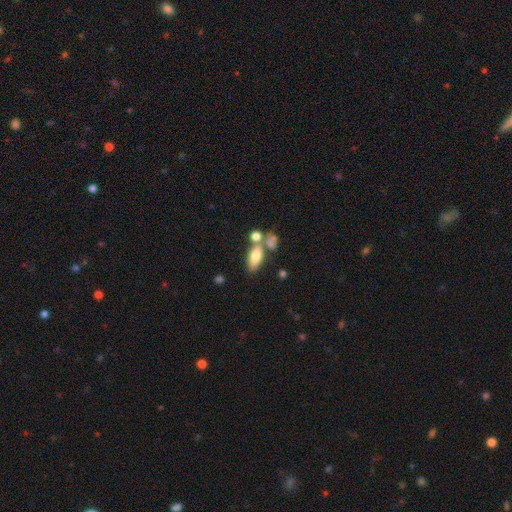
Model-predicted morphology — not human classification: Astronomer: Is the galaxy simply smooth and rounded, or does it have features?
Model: smooth — 76%.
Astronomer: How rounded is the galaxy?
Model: in between — 83%.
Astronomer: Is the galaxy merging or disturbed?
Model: none — 46% (runner-up: merger, 34%).